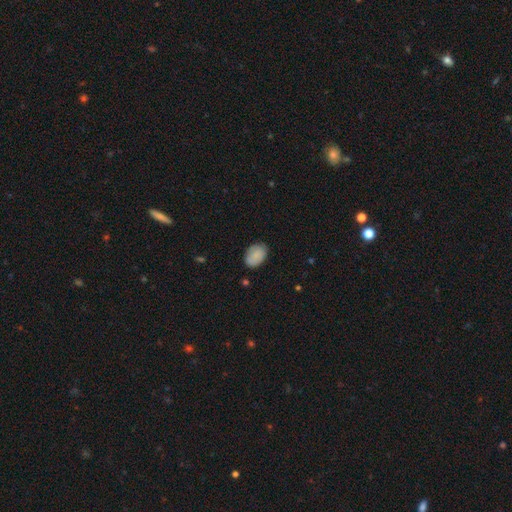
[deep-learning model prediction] Q: Smooth or featured?
A: smooth (85%); runner-up: featured or disk (8%)
Q: How rounded?
A: in between (82%); runner-up: round (16%)
Q: Merging?
A: none (78%); runner-up: minor disturbance (17%)